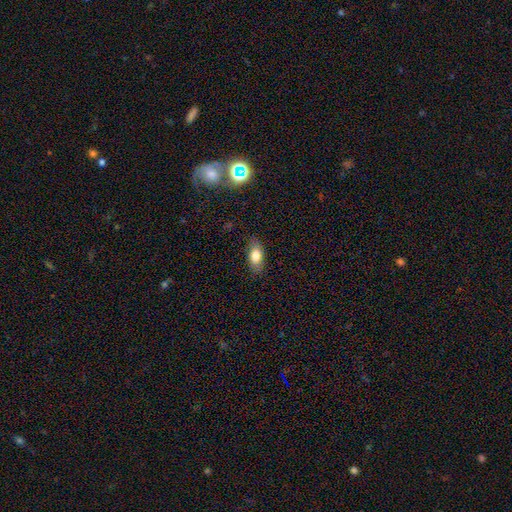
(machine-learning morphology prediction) smooth-or-featured: smooth: 80% | featured or disk: 13% | star or artifact: 7%
  how-rounded: in between: 87% | cigar-shaped: 9% | round: 4%
  merging: none: 83% | minor disturbance: 13% | major disturbance: 3% | merger: 1%